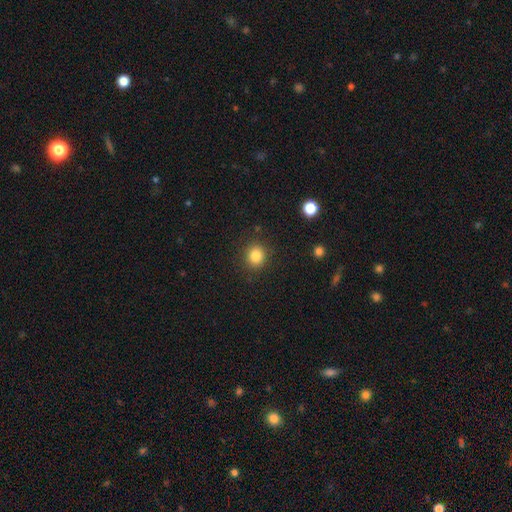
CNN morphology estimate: Overall: smooth (83%). How rounded: round (84%). Merging: none (89%).